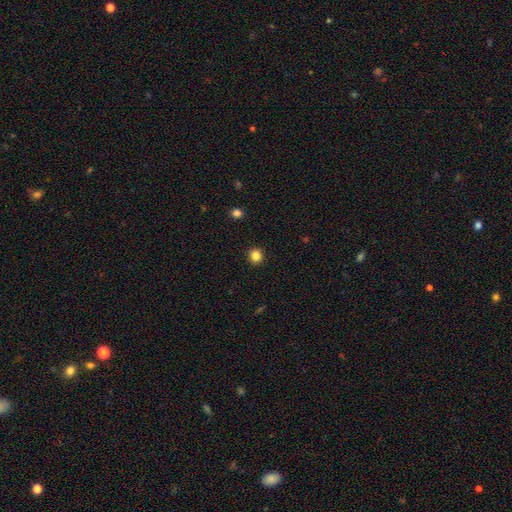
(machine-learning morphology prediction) This appears to be a smooth galaxy with no disk features (84%) that is round (91%). Merging: none (93%).